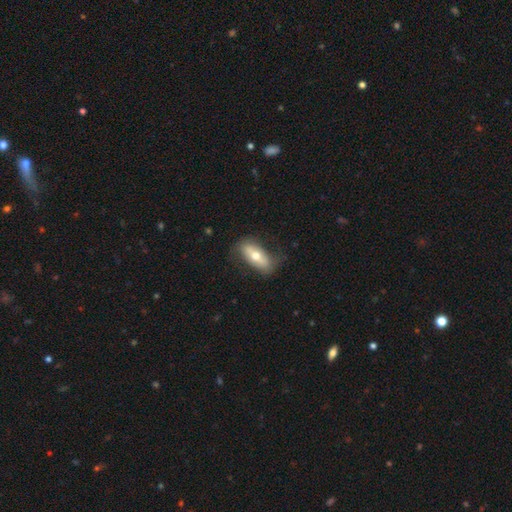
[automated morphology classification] A smooth galaxy with no disk features (53%) that is in between round and cigar-shaped (76%). Merging: none (71%).